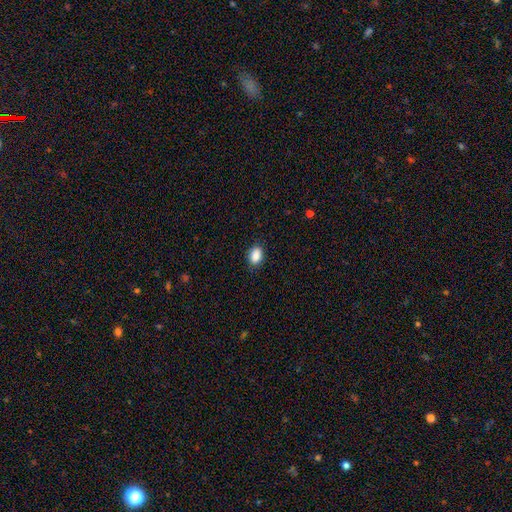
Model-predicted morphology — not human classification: type=smooth (89%); roundness=in between (82%); merging=none (86%).